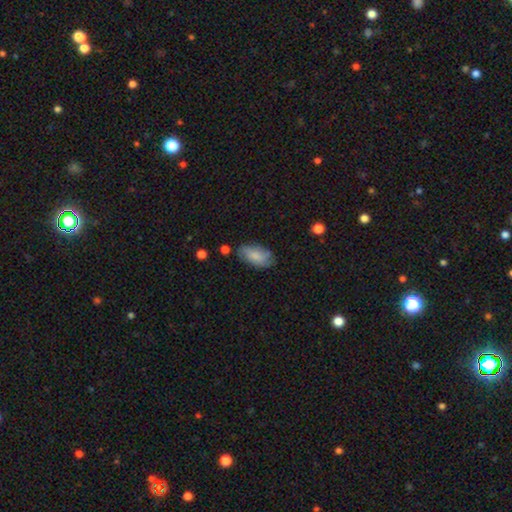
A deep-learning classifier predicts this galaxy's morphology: Smooth or featured? Predicted: smooth (p=0.73). How rounded? Predicted: in between (p=0.93). Merging? Predicted: none (p=0.72).